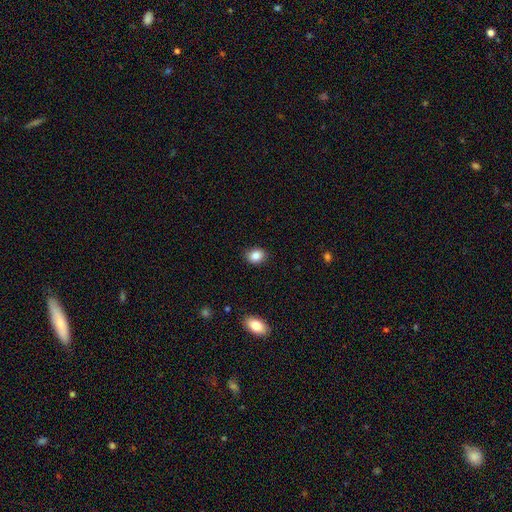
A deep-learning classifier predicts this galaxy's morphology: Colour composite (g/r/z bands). It shows a smooth galaxy with no disk features (85%) that is in between round and cigar-shaped (50%). Merging: none (87%).